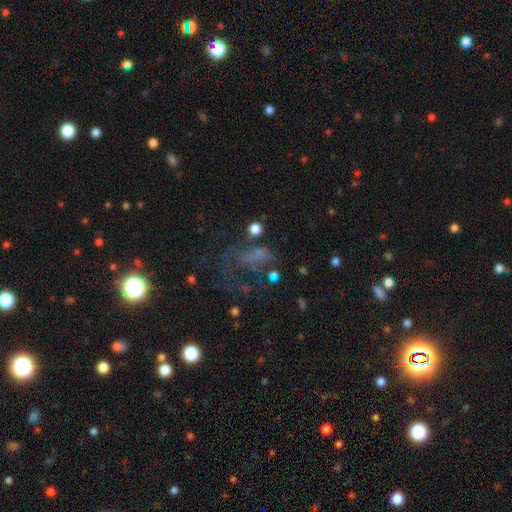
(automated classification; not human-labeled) smooth 38%, featured or disk 34%, star or artifact 28%. Down the decision tree: merging — major disturbance (47%).